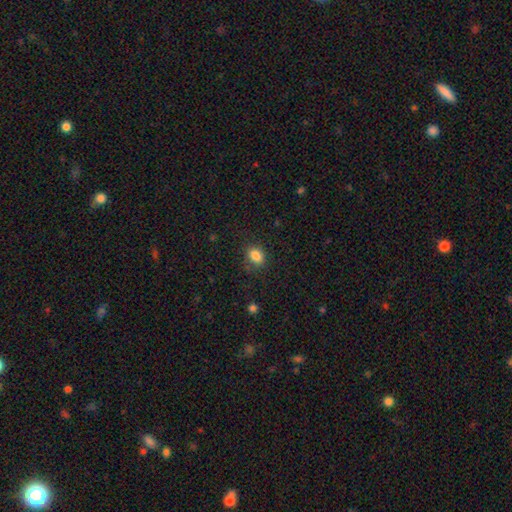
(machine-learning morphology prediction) Smooth or featured? smooth (84%)
How rounded? in between (56%)
Merging? none (80%)